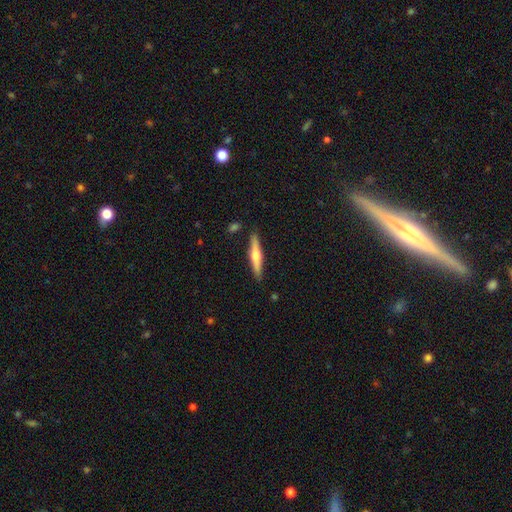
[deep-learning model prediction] This appears to be a featured or disk galaxy (56%) viewed edge-on (97%) with a rounded central bulge (88%). Merging: none (88%).